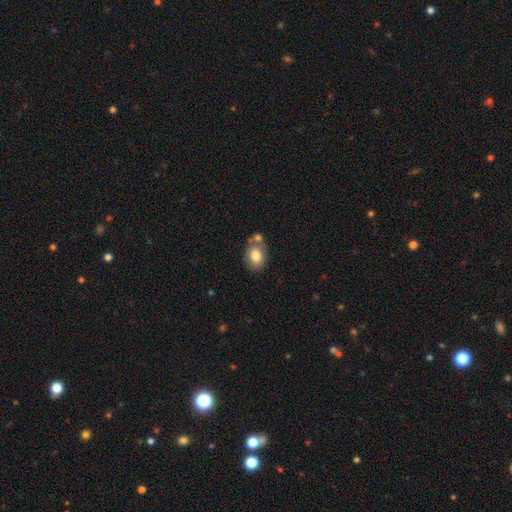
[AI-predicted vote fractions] A smooth galaxy with no disk features (79%) that is in between round and cigar-shaped (60%).

Vote fractions:
- Smooth or featured? smooth: 79% / featured or disk: 13% / star or artifact: 8%
- How rounded? in between: 60% / round: 39% / cigar-shaped: 1%
- Merging? none: 62% / merger: 20% / minor disturbance: 14% / major disturbance: 4%